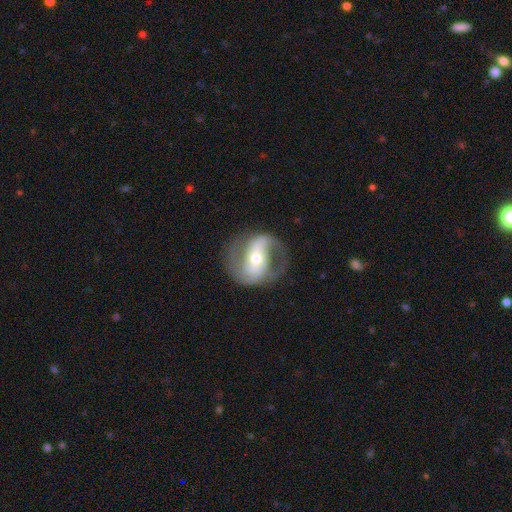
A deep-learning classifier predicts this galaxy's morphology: Overall: featured or disk (85%). Edge-on disk: no (96%). Bar: strong (45%; weak 31%). Spiral arms: yes (92%). Spiral arm count: 2 (88%). Spiral winding: medium (47%; loose 34%). Bulge size: moderate (56%; small 38%). Merging: none (71%).